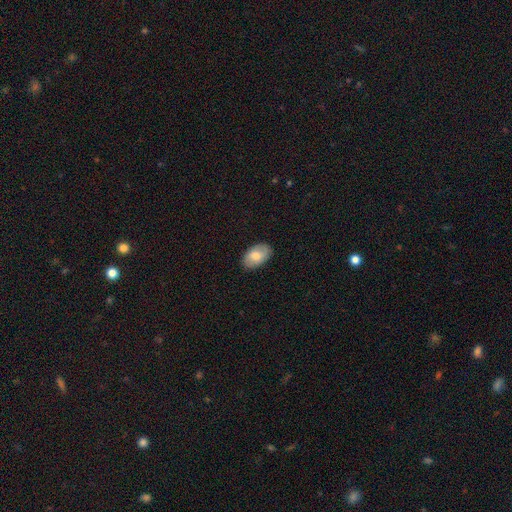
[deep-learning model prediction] Morphology: type=smooth (73%); roundness=in between (93%); merging=none (86%).